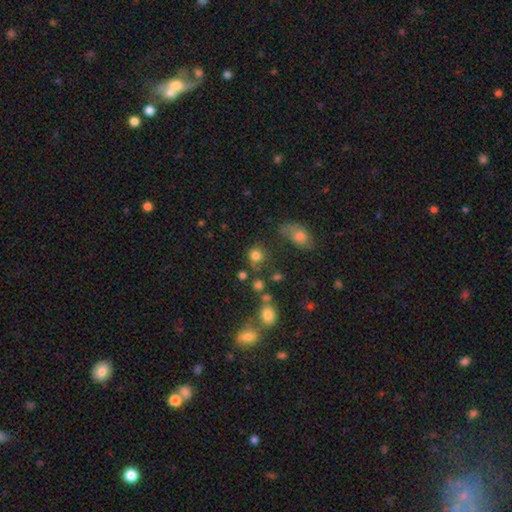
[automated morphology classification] A smooth galaxy with no disk features (78%) that is round (81%). Merging: none (65%).